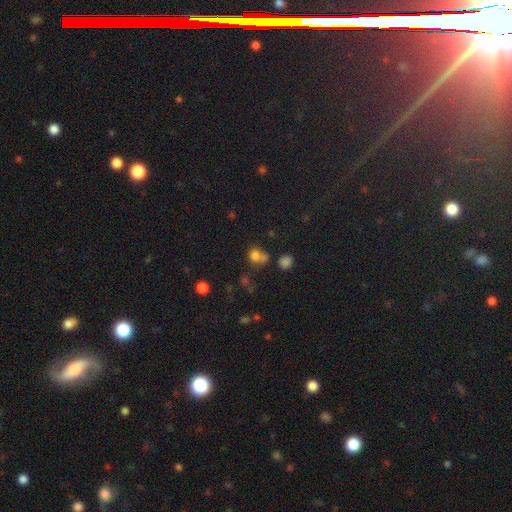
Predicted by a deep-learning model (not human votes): Morphology: type=smooth (75%); roundness=round (80%); merging=none (48%).